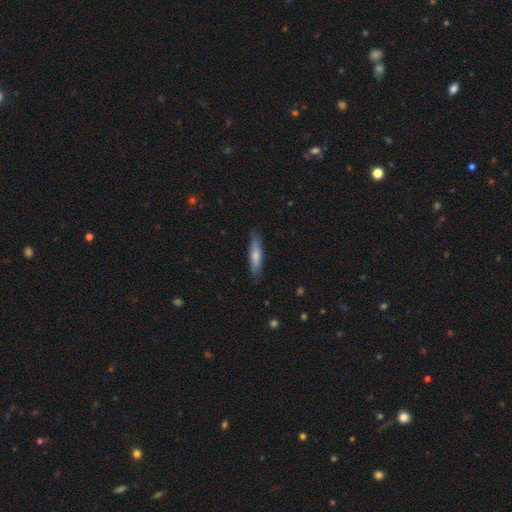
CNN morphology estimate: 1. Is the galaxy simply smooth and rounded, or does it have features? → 69% smooth, 25% featured or disk, 6% star or artifact.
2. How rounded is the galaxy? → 81% cigar-shaped, 18% in between, 1% round.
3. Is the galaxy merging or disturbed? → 84% none, 12% minor disturbance, 2% major disturbance, 1% merger.